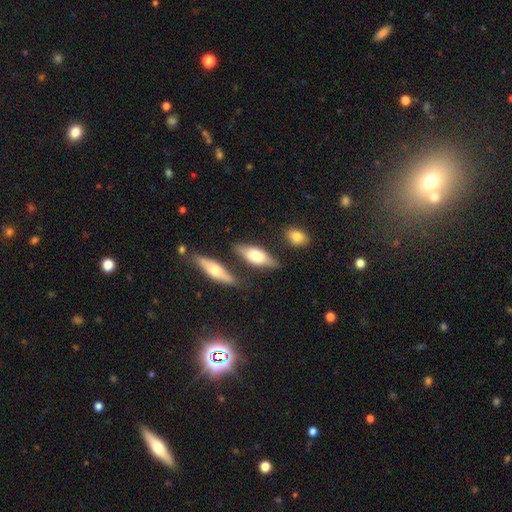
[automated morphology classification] Smooth or featured? smooth (61%)
How rounded? in between (70%)
Merging? none (71%)